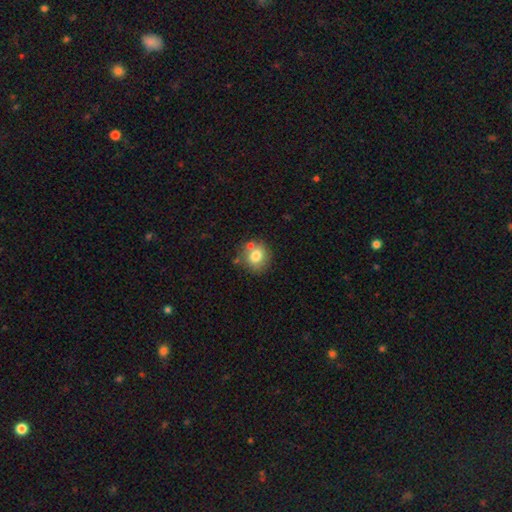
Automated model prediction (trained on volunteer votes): Smooth or featured?
  - smooth: 77% *
  - featured or disk: 13%
  - star or artifact: 10%
How rounded?
  - round: 77% *
  - in between: 22%
  - cigar-shaped: 1%
Merging?
  - none: 67% *
  - merger: 15%
  - minor disturbance: 14%
  - major disturbance: 4%